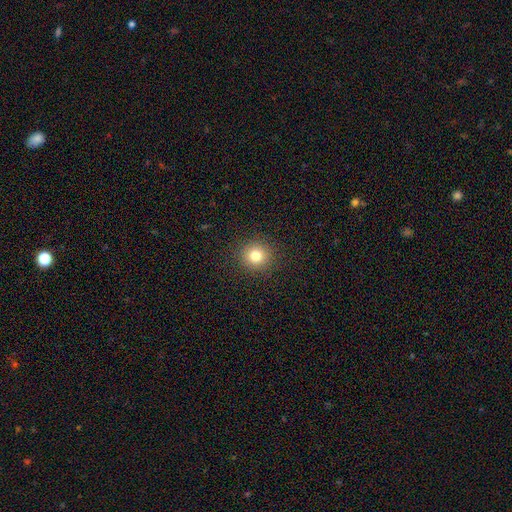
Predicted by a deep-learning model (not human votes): Smooth or featured? Predicted: smooth (p=0.81). How rounded? Predicted: round (p=0.92). Merging? Predicted: none (p=0.91).